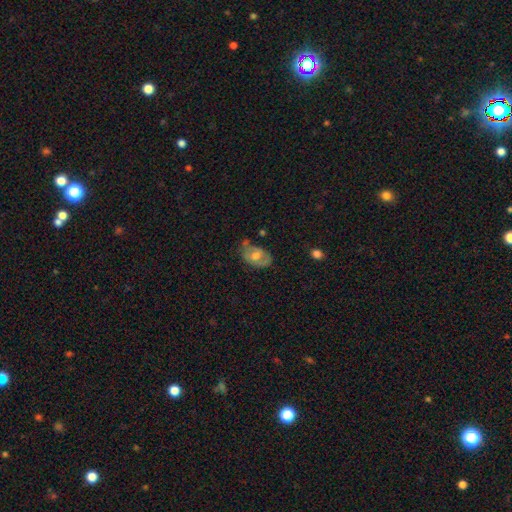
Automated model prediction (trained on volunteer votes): A featured or disk galaxy (48%). Merging: none (55%).